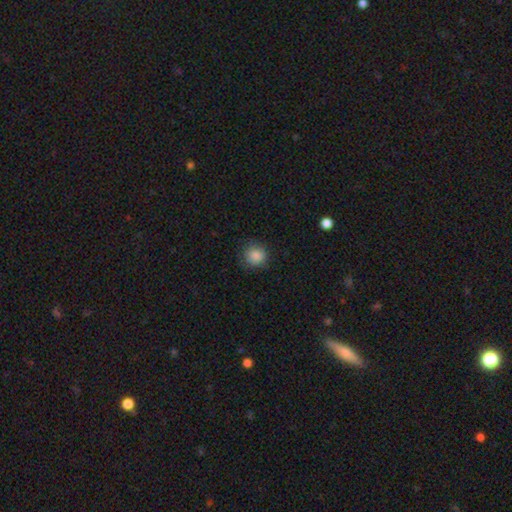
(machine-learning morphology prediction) The model was most divided on "merging": none: 83%, minor disturbance: 12%, major disturbance: 4%, merger: 1%. More confident: how rounded — round (90%); smooth or featured — smooth (87%).